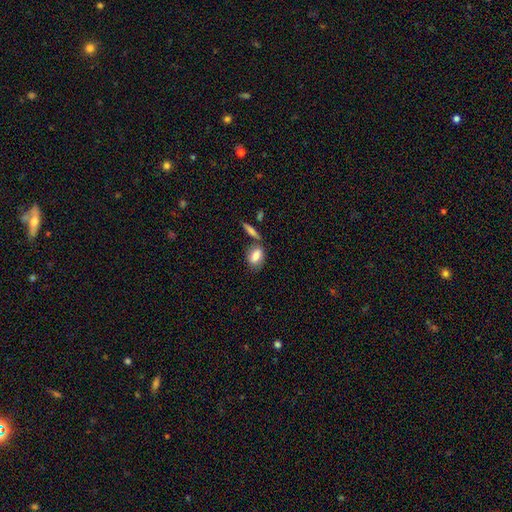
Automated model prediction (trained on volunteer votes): Smooth or featured? Predicted: smooth (p=0.77). How rounded? Predicted: in between (p=0.81). Merging? Predicted: none (p=0.56).